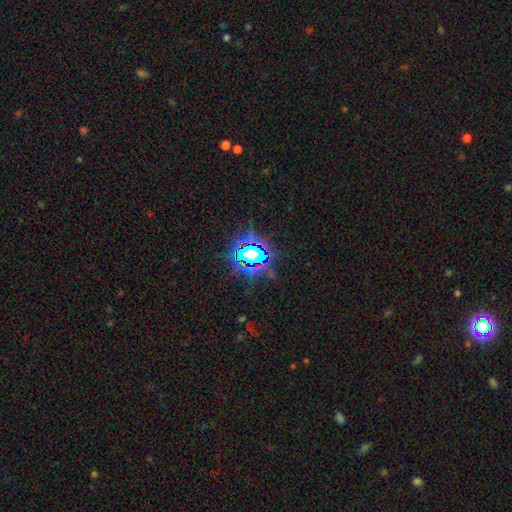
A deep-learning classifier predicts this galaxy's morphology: This appears to be a star or artifact, not a galaxy (63%).